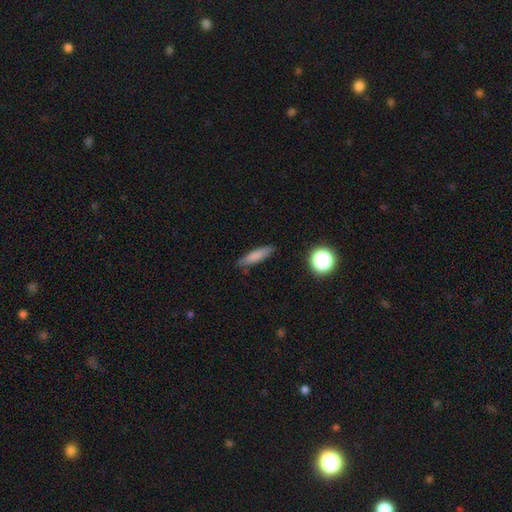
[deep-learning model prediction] smooth-or-featured: smooth: 80% | featured or disk: 11% | star or artifact: 9%
  how-rounded: cigar-shaped: 73% | in between: 24% | round: 3%
  merging: none: 83% | minor disturbance: 13% | major disturbance: 3% | merger: 2%